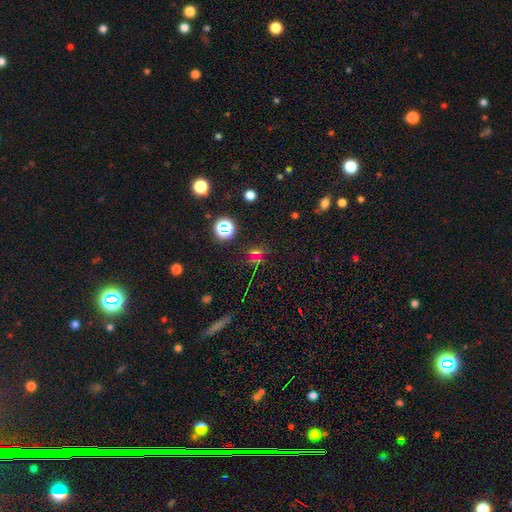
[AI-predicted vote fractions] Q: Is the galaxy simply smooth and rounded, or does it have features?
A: star or artifact — 59%.